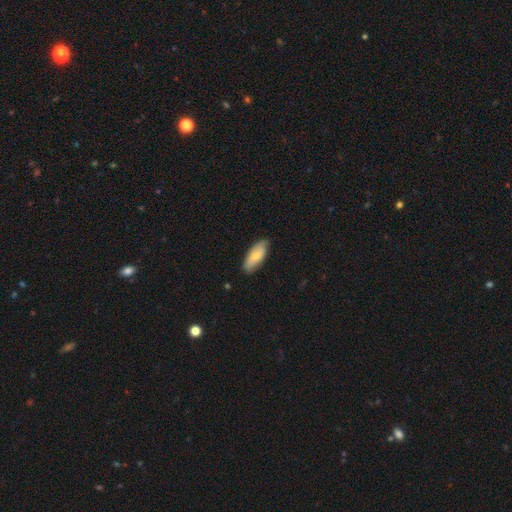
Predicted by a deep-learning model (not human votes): This appears to be a smooth galaxy with no disk features (69%) that is in between round and cigar-shaped (80%). Merging: none (82%).